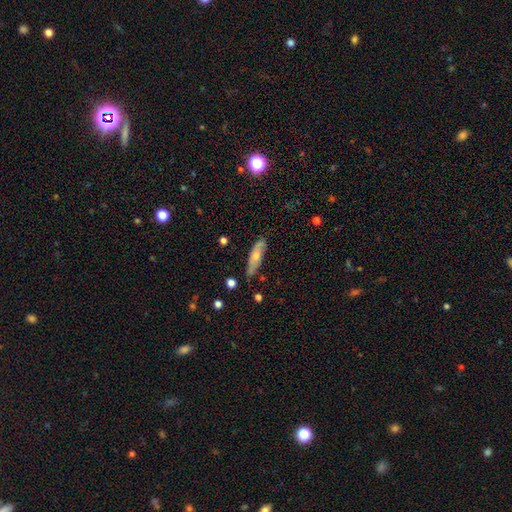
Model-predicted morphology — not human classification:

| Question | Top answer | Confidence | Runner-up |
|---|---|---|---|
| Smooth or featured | smooth | 55% | featured or disk (39%) |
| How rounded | cigar-shaped | 58% | in between (40%) |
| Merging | none | 71% | minor disturbance (23%) |